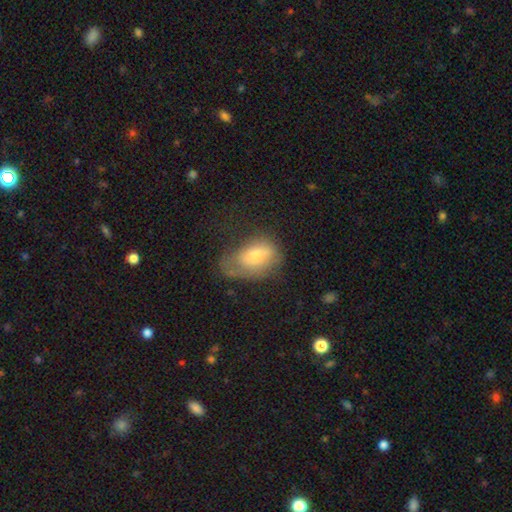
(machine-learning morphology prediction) A smooth galaxy with no disk features (64%) that is in between round and cigar-shaped (88%). Merging: none (33%, tied with minor disturbance).